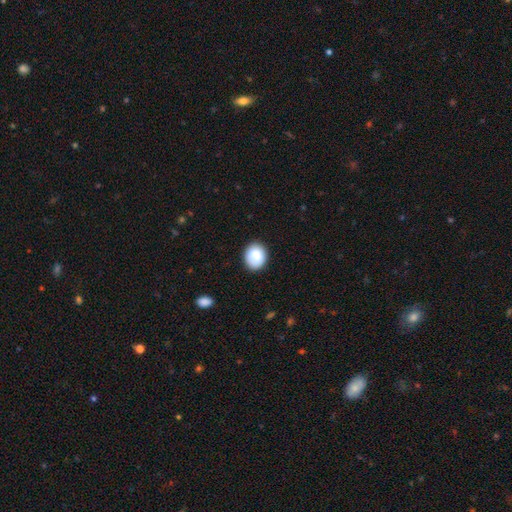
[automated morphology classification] Smooth or featured? smooth (83%)
How rounded? round (60%)
Merging? none (83%)